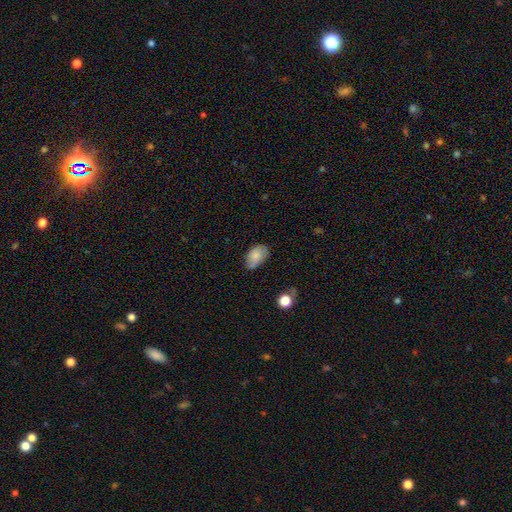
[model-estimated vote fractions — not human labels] This appears to be a smooth galaxy with no disk features (79%) that is in between round and cigar-shaped (91%). Merging: none (62%).